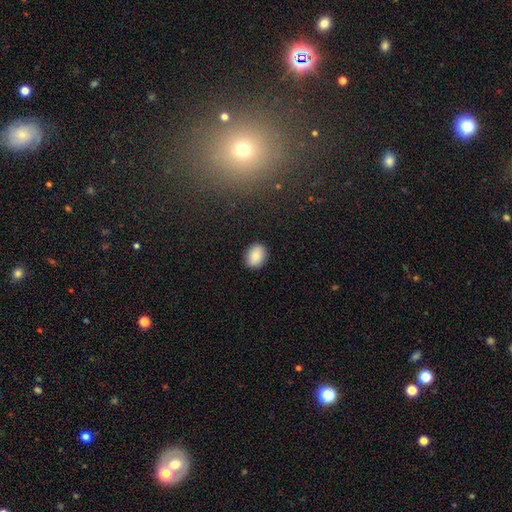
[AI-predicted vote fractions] smooth-or-featured: smooth: 80% | featured or disk: 12% | star or artifact: 9%
  how-rounded: in between: 62% | round: 37% | cigar-shaped: 1%
  merging: none: 87% | minor disturbance: 9% | major disturbance: 2% | merger: 1%